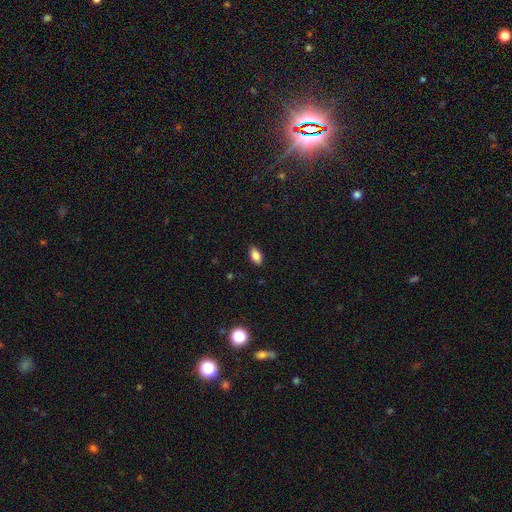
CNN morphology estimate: Q: Smooth or featured?
A: smooth (85%); runner-up: star or artifact (8%)
Q: How rounded?
A: in between (92%); runner-up: round (5%)
Q: Merging?
A: none (88%); runner-up: minor disturbance (9%)